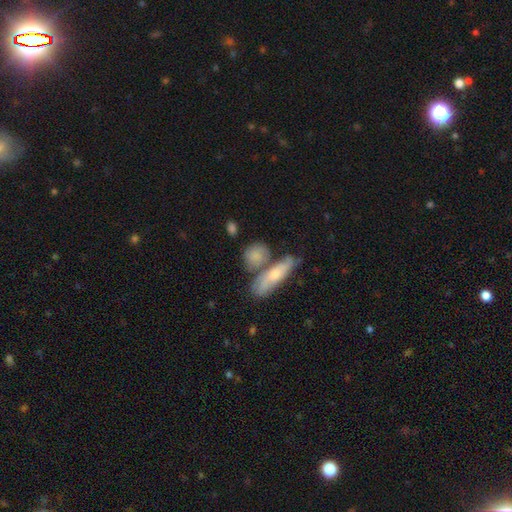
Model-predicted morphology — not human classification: Smooth or featured: smooth — 68% (featured or disk — 24%)
How rounded: in between — 44% (round — 43%)
Merging: none — 47% (merger — 31%)